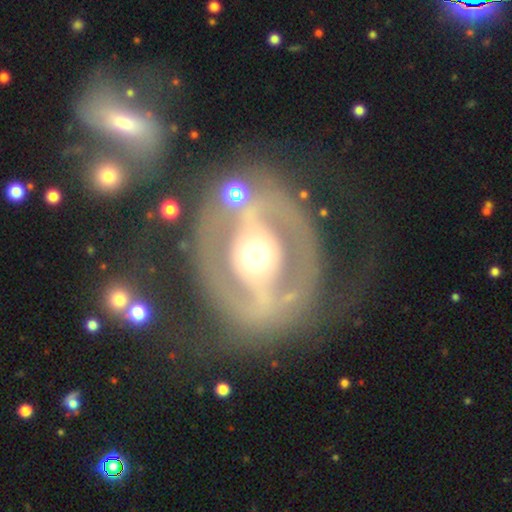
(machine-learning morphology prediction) The model was most divided on "spiral arms": no: 51%, yes: 49%. Remaining: edge-on disk — no (95%); smooth or featured — featured or disk (80%); bulge size — moderate (67%); merging — none (65%); bar — strong (44%).